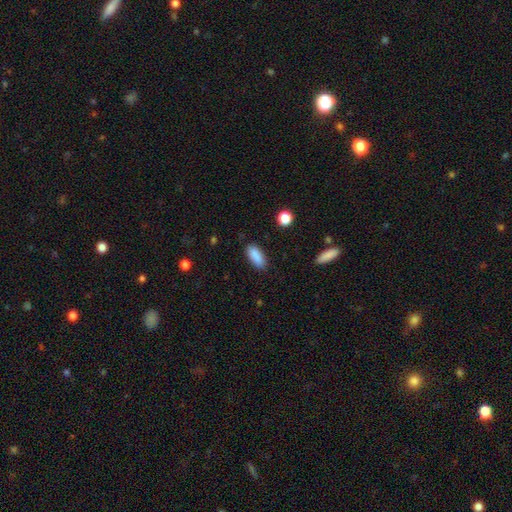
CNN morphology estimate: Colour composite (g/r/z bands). It shows a smooth galaxy with no disk features (88%) that is in between round and cigar-shaped (80%). Merging: none (85%).